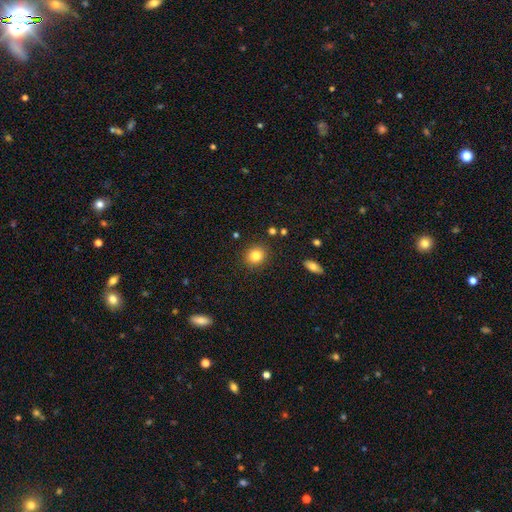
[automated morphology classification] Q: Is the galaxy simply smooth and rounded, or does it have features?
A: smooth — 83%.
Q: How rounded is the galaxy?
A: round — 75%.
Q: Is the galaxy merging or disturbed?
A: none — 89%.